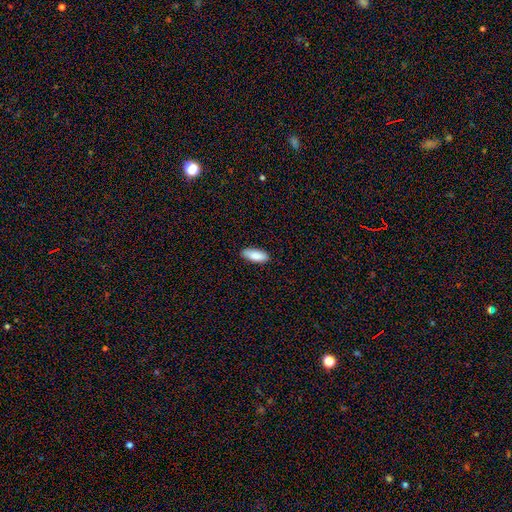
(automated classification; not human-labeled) smooth_or_featured: smooth (p=0.88) [alt: featured or disk p=0.06]
how_rounded: in between (p=0.79) [alt: cigar-shaped p=0.20]
merging: none (p=0.86) [alt: minor disturbance p=0.11]